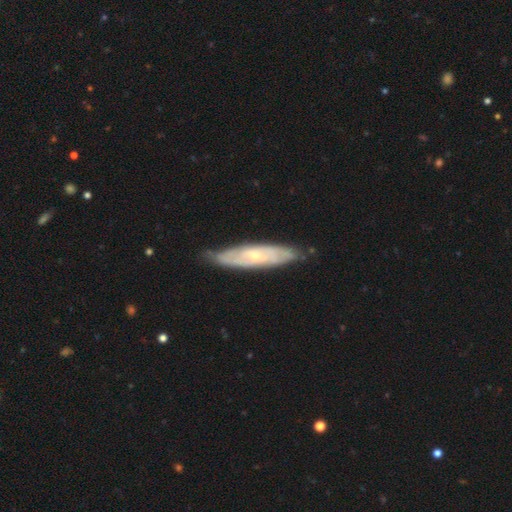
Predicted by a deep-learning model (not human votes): Smooth or featured: featured or disk — 67% (smooth — 28%)
Edge-on disk: no — 59% (yes — 41%)
Merging: none — 77% (minor disturbance — 18%)